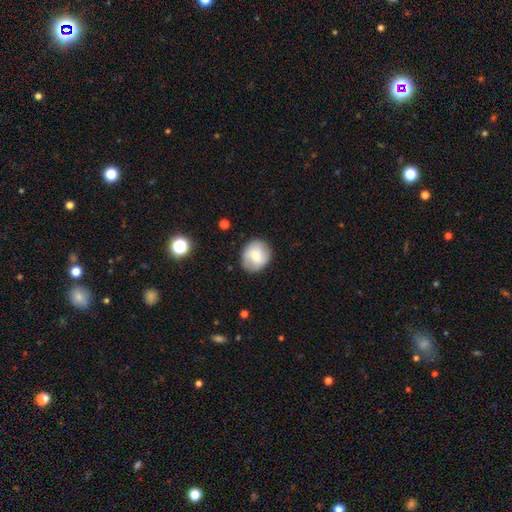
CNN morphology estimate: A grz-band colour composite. It shows a smooth galaxy with no disk features (61%) that is round (77%). Merging: none (84%).